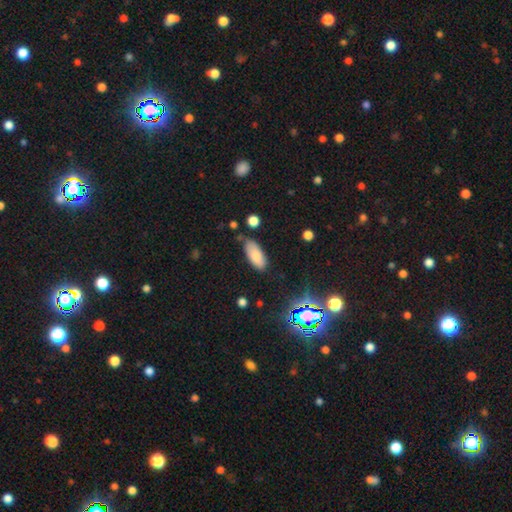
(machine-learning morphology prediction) smooth 81%, featured or disk 10%, star or artifact 9%. Down the decision tree: how rounded — in between (87%); merging — none (70%).